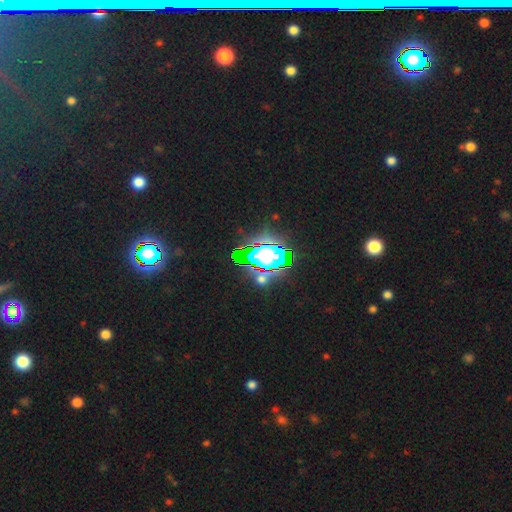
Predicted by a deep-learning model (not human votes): Smooth or featured? Predicted: star or artifact (p=0.68).